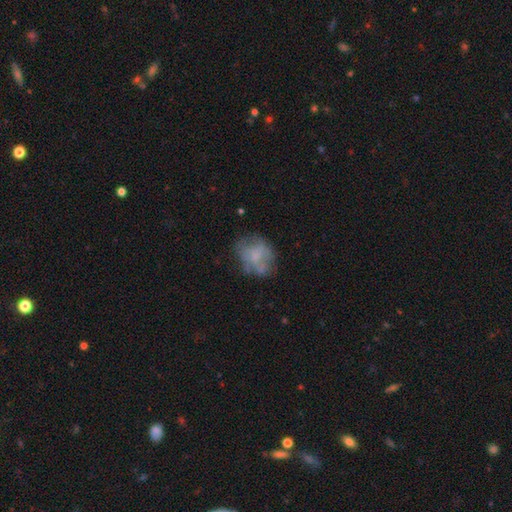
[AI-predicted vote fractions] Smooth or featured? Predicted: smooth (p=0.46). Merging? Predicted: none (p=0.55).